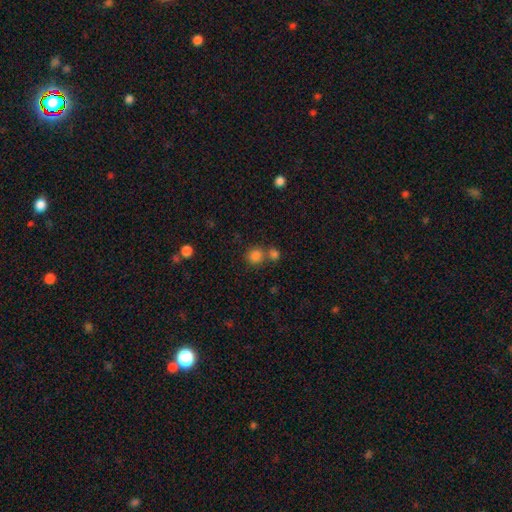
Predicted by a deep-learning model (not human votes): Smooth or featured? smooth (82%)
How rounded? round (83%)
Merging? none (59%)